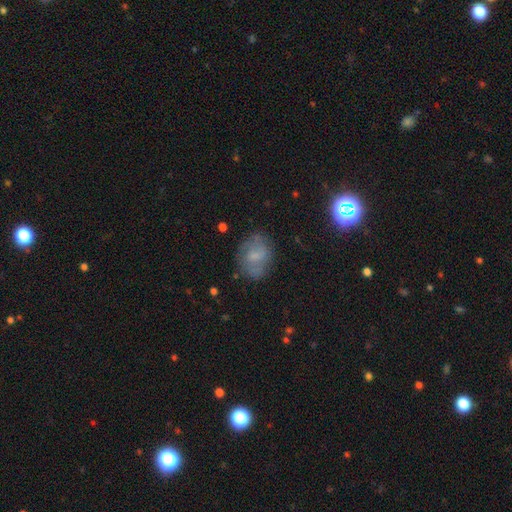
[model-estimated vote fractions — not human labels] smooth-or-featured: smooth: 49% | featured or disk: 40% | star or artifact: 11%
  merging: none: 69% | minor disturbance: 20% | major disturbance: 9% | merger: 3%